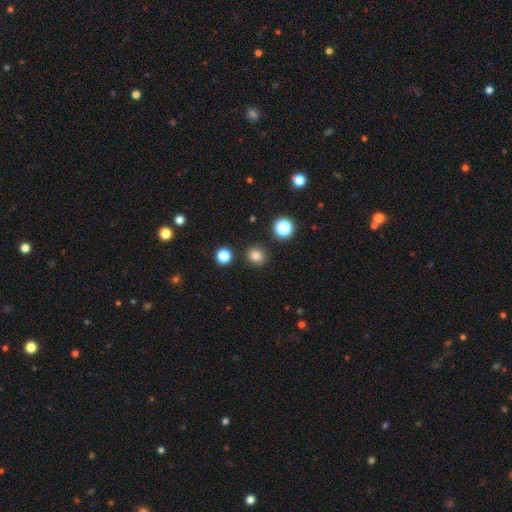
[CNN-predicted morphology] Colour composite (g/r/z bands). It shows a smooth galaxy with no disk features (81%) that is round (85%). Merging: none (88%).